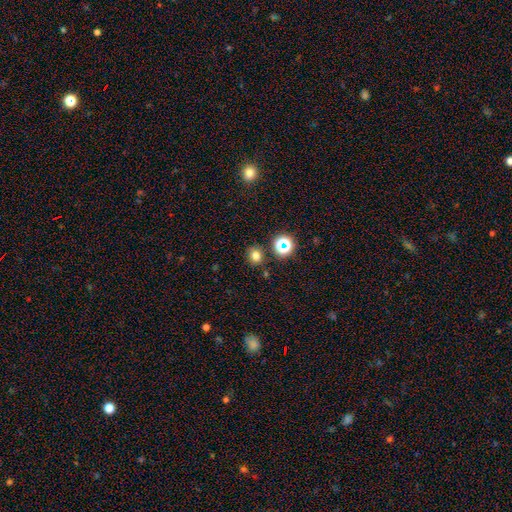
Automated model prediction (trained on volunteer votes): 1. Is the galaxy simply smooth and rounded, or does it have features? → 72% smooth, 21% star or artifact, 7% featured or disk.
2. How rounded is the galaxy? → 72% round, 27% in between, 1% cigar-shaped.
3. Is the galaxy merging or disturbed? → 83% none, 9% minor disturbance, 5% merger, 3% major disturbance.